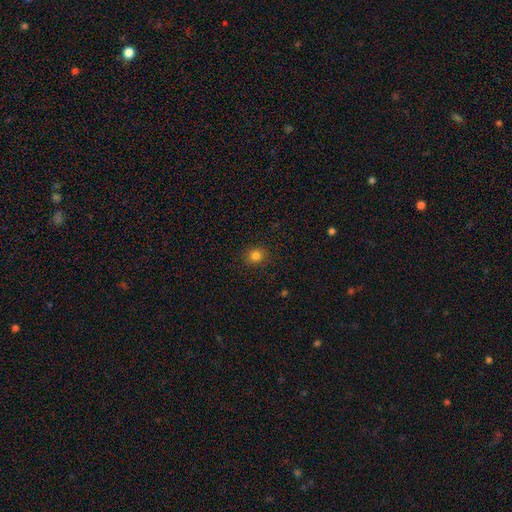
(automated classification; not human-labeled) smooth_or_featured: smooth (p=0.81) [alt: star or artifact p=0.14]
how_rounded: round (p=0.76) [alt: in between p=0.23]
merging: none (p=0.89) [alt: minor disturbance p=0.08]